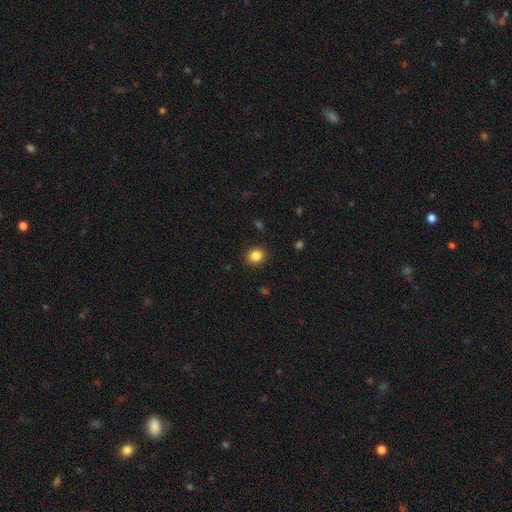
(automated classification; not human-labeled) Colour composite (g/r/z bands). It shows a smooth galaxy with no disk features (85%) that is round (74%). Merging: none (89%).